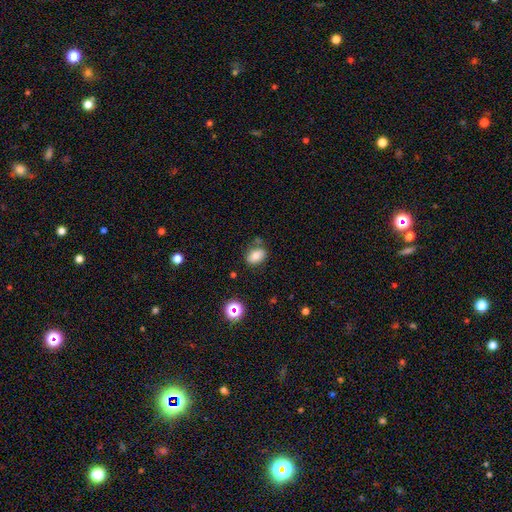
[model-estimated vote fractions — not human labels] smooth 75%, star or artifact 13%, featured or disk 12%. Down the decision tree: how rounded — in between (76%); merging — none (70%).